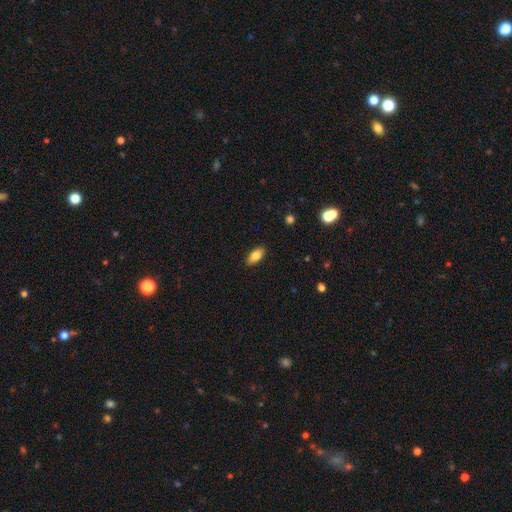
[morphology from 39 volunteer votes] This appears to be a smooth galaxy with no disk features (72%) that is in between round and cigar-shaped (82%). Merging: none (86%).